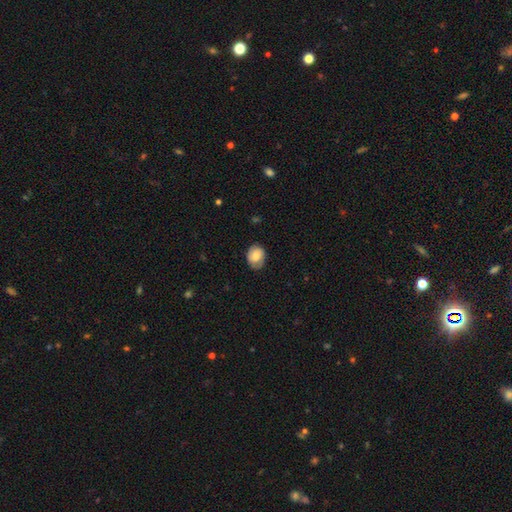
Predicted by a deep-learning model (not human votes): A smooth galaxy with no disk features (67%) that is round (51%). Merging: none (78%).